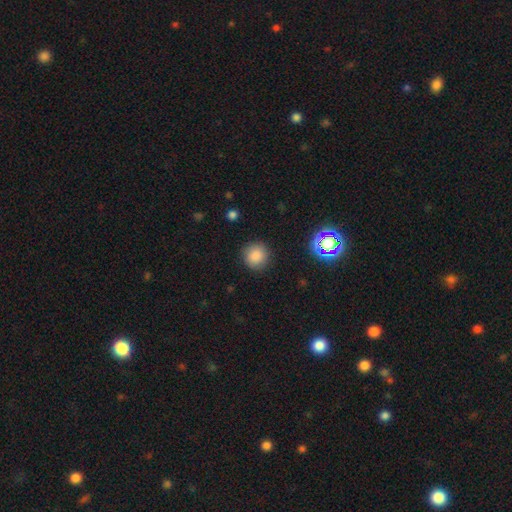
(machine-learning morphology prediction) Q: Smooth or featured?
A: smooth (84%); runner-up: star or artifact (12%)
Q: How rounded?
A: round (93%); runner-up: in between (6%)
Q: Merging?
A: none (89%); runner-up: minor disturbance (8%)